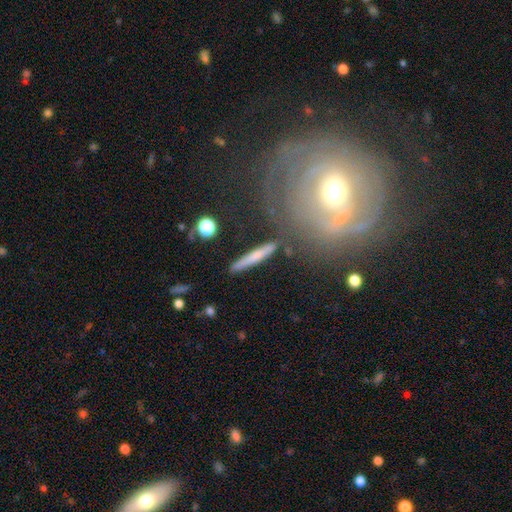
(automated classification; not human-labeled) smooth 59%, featured or disk 34%, star or artifact 8%. Down the decision tree: how rounded — cigar-shaped (91%); merging — none (84%).